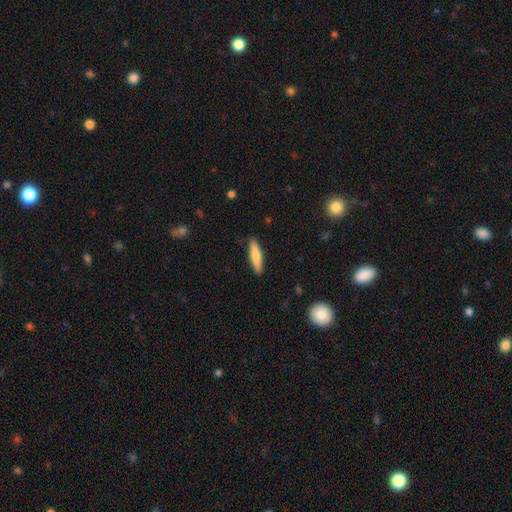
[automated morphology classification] Q: Smooth or featured?
A: smooth (71%); runner-up: featured or disk (23%)
Q: How rounded?
A: cigar-shaped (81%); runner-up: in between (18%)
Q: Merging?
A: none (90%); runner-up: minor disturbance (7%)